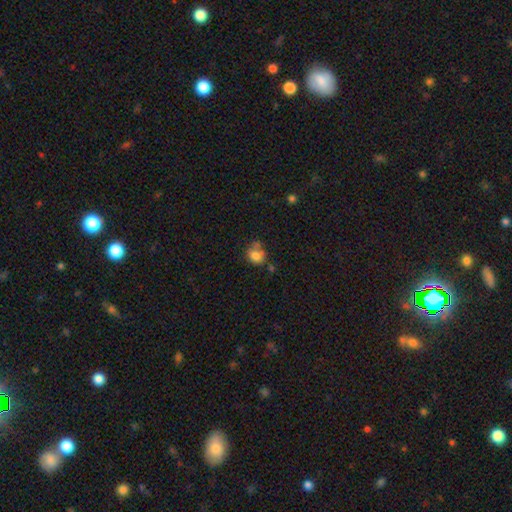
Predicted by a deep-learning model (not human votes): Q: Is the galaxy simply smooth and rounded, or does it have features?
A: smooth — 78%.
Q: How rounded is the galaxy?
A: round — 65%.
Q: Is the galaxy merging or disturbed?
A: none — 47%.